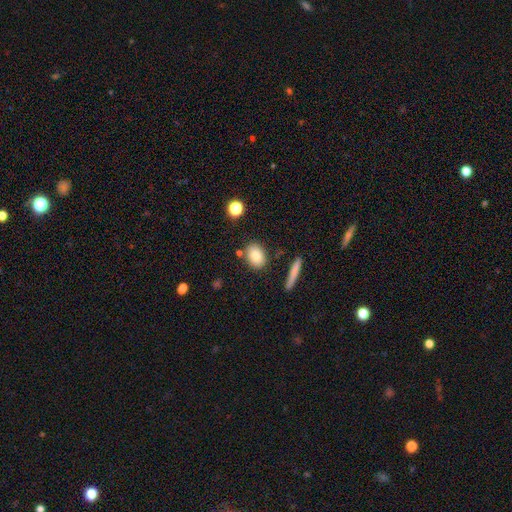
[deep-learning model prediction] The model was most divided on "how rounded": in between: 68%, round: 29%, cigar-shaped: 2%. More confident: merging — none (80%); smooth or featured — smooth (79%).